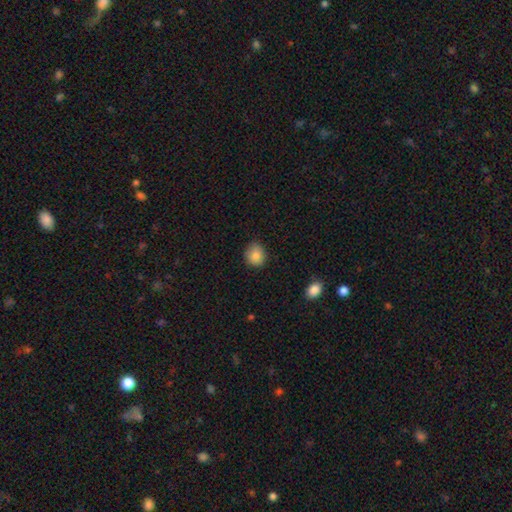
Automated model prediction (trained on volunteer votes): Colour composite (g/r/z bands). It shows a smooth galaxy with no disk features (86%) that is round (76%). Merging: none (79%).